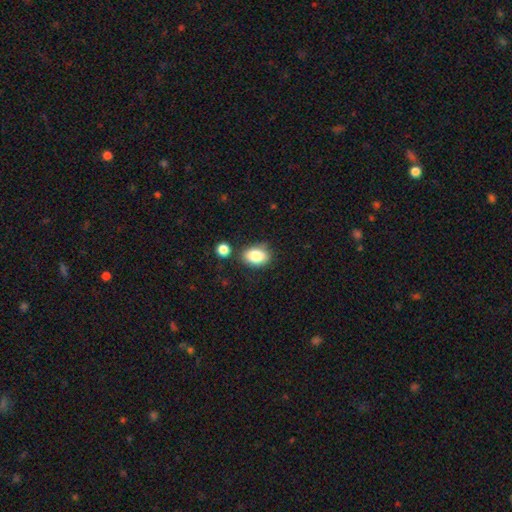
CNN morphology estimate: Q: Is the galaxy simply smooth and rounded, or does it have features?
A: smooth — 84%.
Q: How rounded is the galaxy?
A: in between — 81%.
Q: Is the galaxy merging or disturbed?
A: none — 76%.